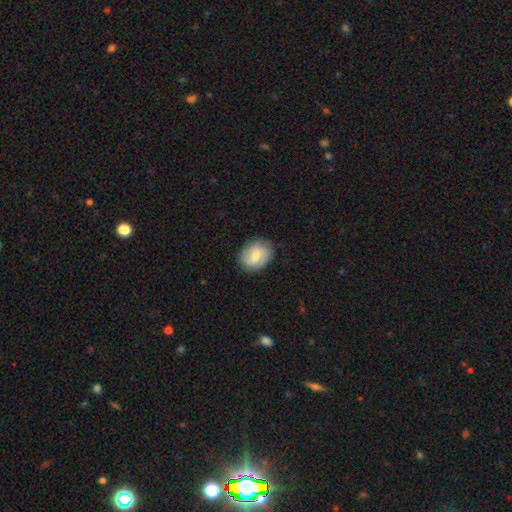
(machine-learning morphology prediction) This appears to be a featured or disk galaxy (47%). Merging: none (83%).